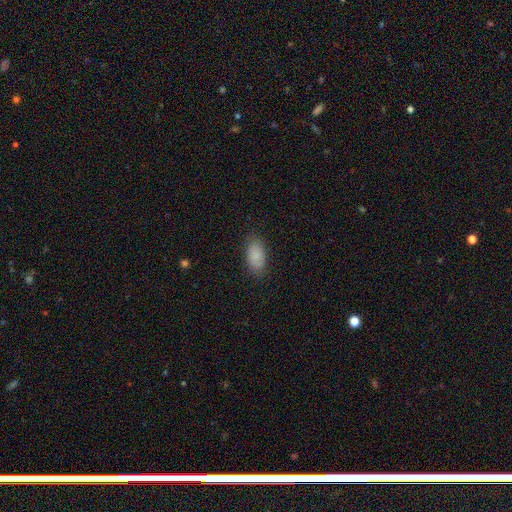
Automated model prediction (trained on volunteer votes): Smooth or featured? Predicted: smooth (p=0.85). How rounded? Predicted: in between (p=0.93). Merging? Predicted: none (p=0.83).